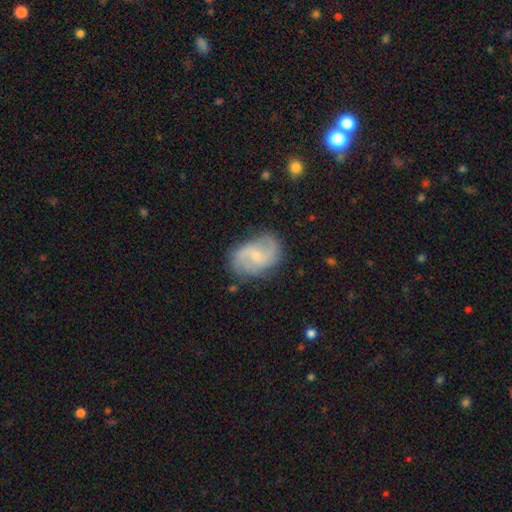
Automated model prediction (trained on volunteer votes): featured or disk 77%, smooth 17%, star or artifact 7%. Down the decision tree: edge-on disk — no (97%); bar — no (46%, tied with weak); spiral arms — yes (94%); spiral arm count — 2 (74%); spiral winding — medium (44%); bulge size — small (65%); merging — none (73%).